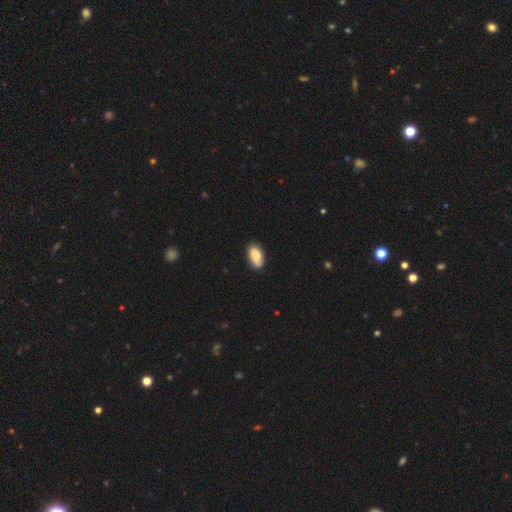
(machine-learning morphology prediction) smooth 82%, featured or disk 12%, star or artifact 6%. Down the decision tree: how rounded — in between (93%); merging — none (80%).